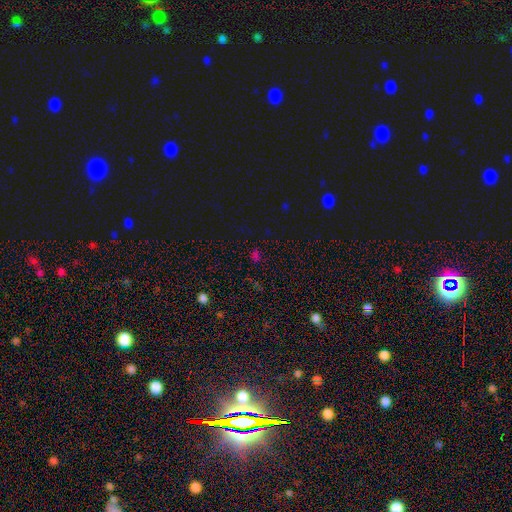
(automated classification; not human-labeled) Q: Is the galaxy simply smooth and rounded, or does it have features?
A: star or artifact — 57%.